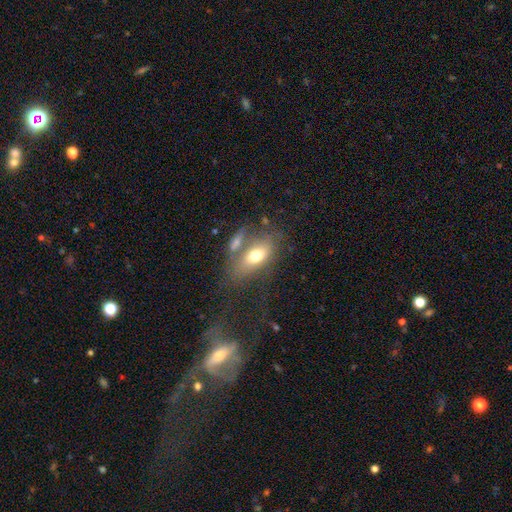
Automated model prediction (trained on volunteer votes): Smooth or featured? Predicted: smooth (p=0.67). How rounded? Predicted: in between (p=0.83). Merging? Predicted: none (p=0.43).